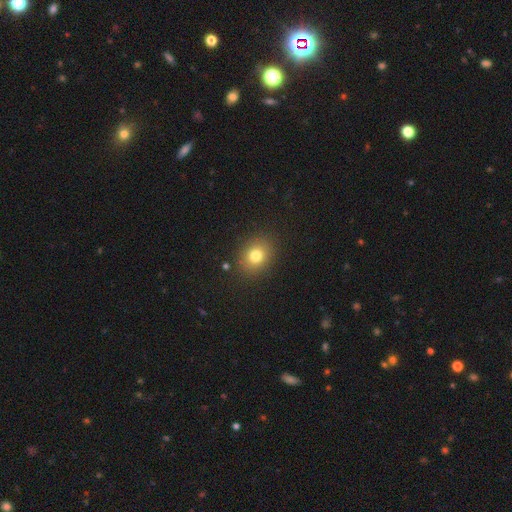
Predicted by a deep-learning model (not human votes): A smooth galaxy with no disk features (79%) that is round (54%).

Vote fractions:
- Smooth or featured? smooth: 79% / star or artifact: 13% / featured or disk: 9%
- How rounded? round: 54% / in between: 45% / cigar-shaped: 1%
- Merging? none: 87% / minor disturbance: 8% / major disturbance: 3% / merger: 2%